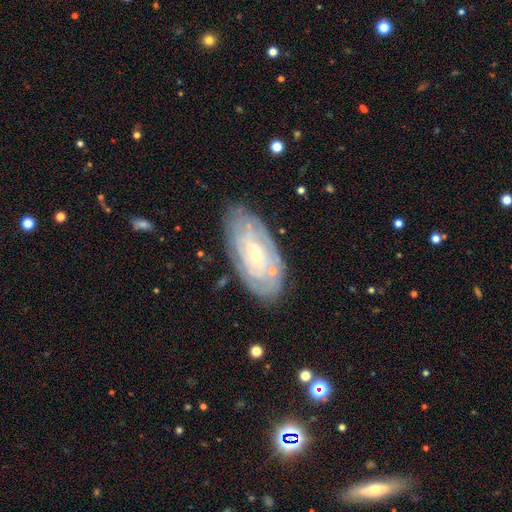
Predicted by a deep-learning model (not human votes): This appears to be a featured or disk galaxy (79%) with no bar (72%), tight (80%) spiral arms (90%) and a small central bulge (80%). Merging: none (79%).